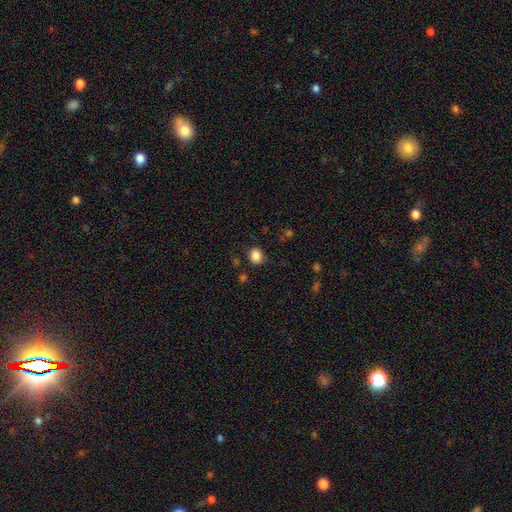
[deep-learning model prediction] This is clearly a smooth galaxy (85%). How rounded: likely round (76%). Merging: clearly none (83%).